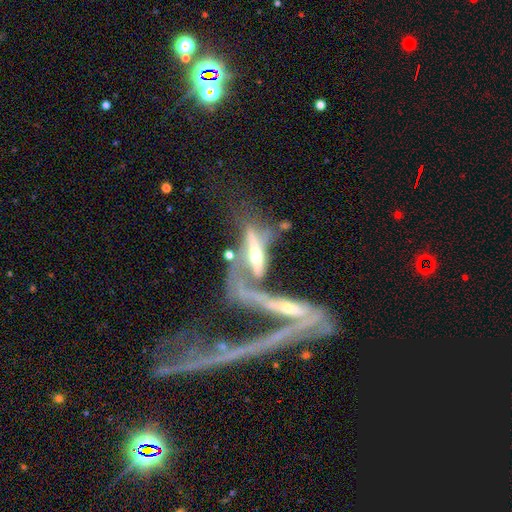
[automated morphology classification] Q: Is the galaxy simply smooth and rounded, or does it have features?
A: featured or disk — 65%.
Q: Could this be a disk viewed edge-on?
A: yes — 64%.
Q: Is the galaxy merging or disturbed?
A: merger — 57%.